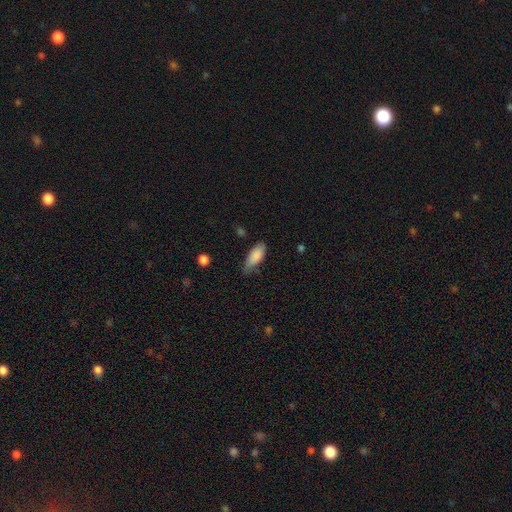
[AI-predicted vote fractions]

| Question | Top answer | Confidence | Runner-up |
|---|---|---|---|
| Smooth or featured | smooth | 86% | featured or disk (8%) |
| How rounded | in between | 79% | cigar-shaped (19%) |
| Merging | none | 55% | minor disturbance (36%) |